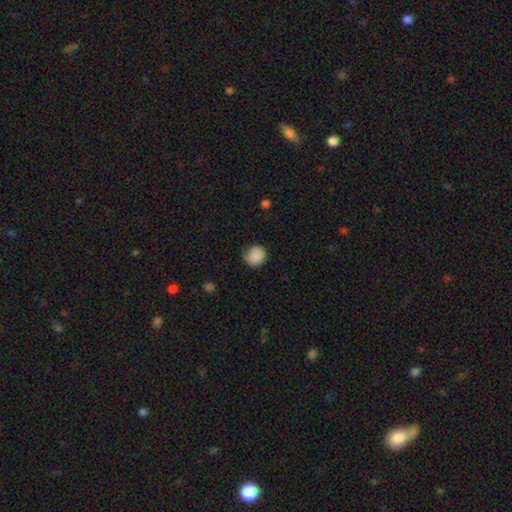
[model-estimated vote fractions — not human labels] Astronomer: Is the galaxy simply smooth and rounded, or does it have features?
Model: smooth — 83%.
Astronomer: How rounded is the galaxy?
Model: round — 85%.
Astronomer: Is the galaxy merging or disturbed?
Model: none — 60%.